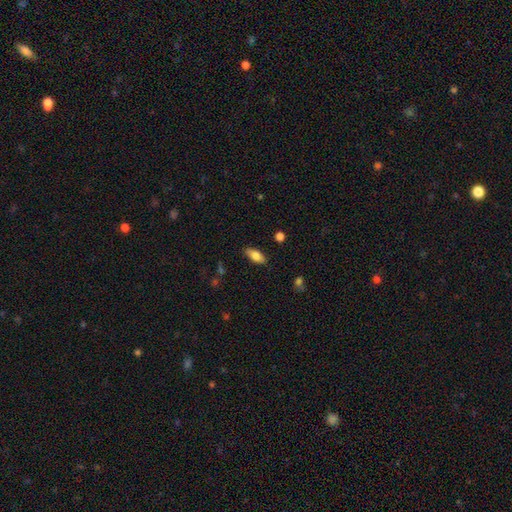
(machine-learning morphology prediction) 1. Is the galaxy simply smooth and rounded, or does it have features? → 77% smooth, 16% featured or disk, 7% star or artifact.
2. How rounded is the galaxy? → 82% in between, 15% cigar-shaped, 3% round.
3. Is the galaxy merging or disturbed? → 85% none, 11% minor disturbance, 2% major disturbance, 1% merger.